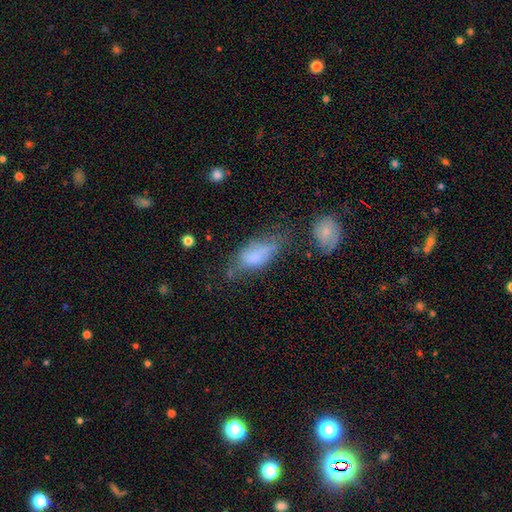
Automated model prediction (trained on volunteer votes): smooth_or_featured: smooth (p=0.65) [alt: featured or disk p=0.24]
how_rounded: in between (p=0.81) [alt: cigar-shaped p=0.14]
merging: none (p=0.33) [alt: minor disturbance p=0.31]